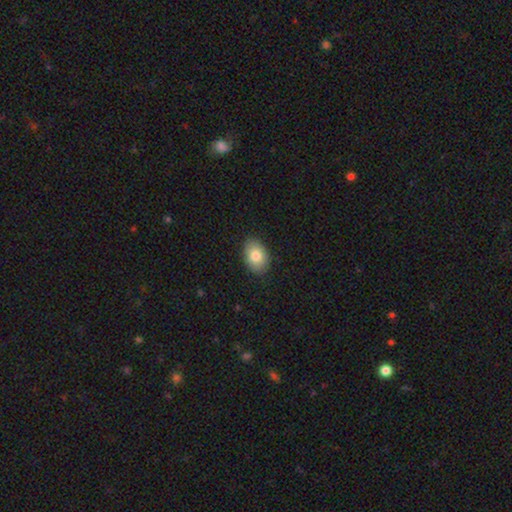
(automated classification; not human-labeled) This appears to be a smooth galaxy with no disk features (82%) that is in between round and cigar-shaped (81%). Merging: none (87%).